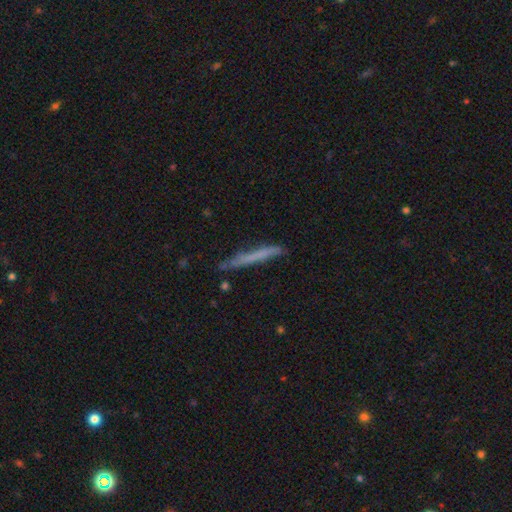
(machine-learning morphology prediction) Overall: smooth (56%; featured or disk 36%). How rounded: cigar-shaped (96%). Merging: none (77%).